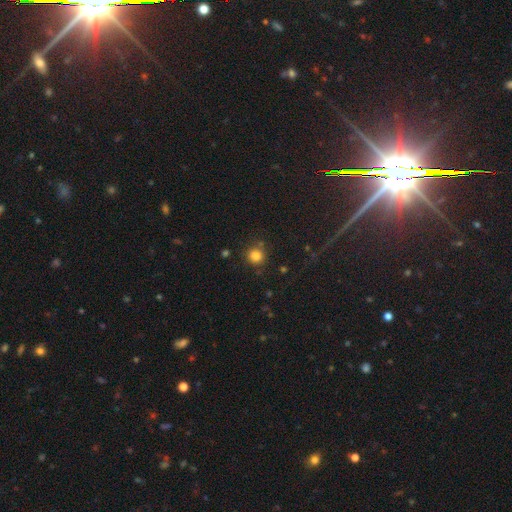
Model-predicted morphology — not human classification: Smooth or featured? Predicted: smooth (p=0.82). How rounded? Predicted: round (p=0.94). Merging? Predicted: none (p=0.84).